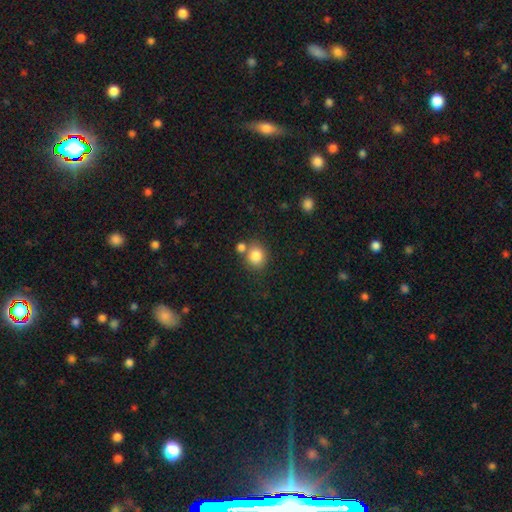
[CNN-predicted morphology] smooth_or_featured: smooth (p=0.84) [alt: star or artifact p=0.10]
how_rounded: round (p=0.80) [alt: in between p=0.19]
merging: none (p=0.66) [alt: merger p=0.21]